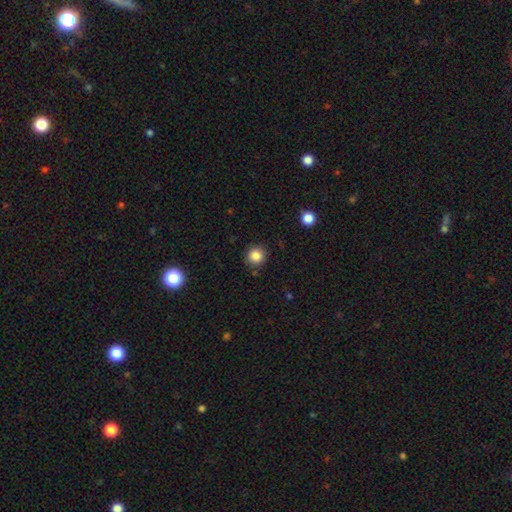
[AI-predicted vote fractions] smooth-or-featured: smooth: 85% | star or artifact: 11% | featured or disk: 4%
  how-rounded: round: 93% | in between: 6% | cigar-shaped: 1%
  merging: none: 88% | minor disturbance: 8% | major disturbance: 2% | merger: 2%